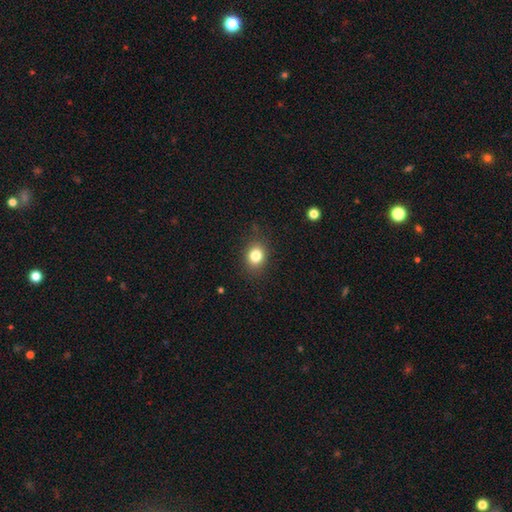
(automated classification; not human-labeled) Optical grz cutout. It shows a smooth galaxy with no disk features (81%) that is round (60%). Merging: none (85%).